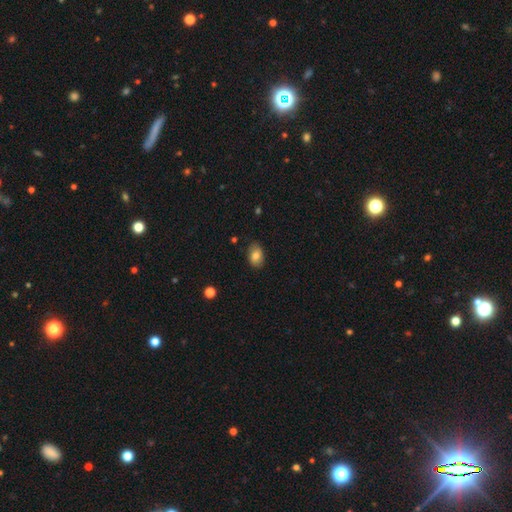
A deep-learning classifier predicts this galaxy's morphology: smooth_or_featured: smooth (p=0.81) [alt: featured or disk p=0.10]
how_rounded: in between (p=0.84) [alt: round p=0.15]
merging: none (p=0.81) [alt: minor disturbance p=0.15]